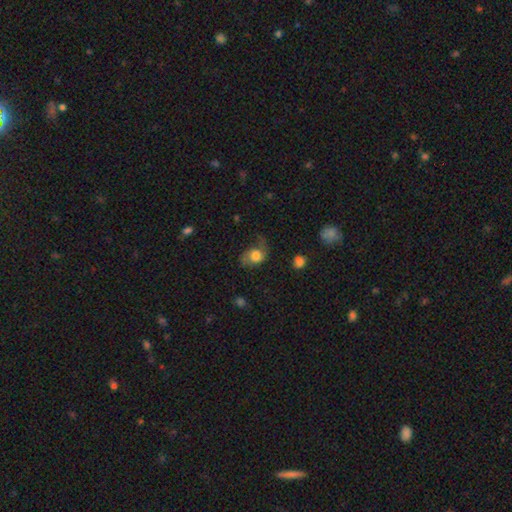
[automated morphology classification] Overall: smooth (56%; featured or disk 35%). How rounded: in between (56%; round 43%). Merging: none (45%; minor disturbance 29%).